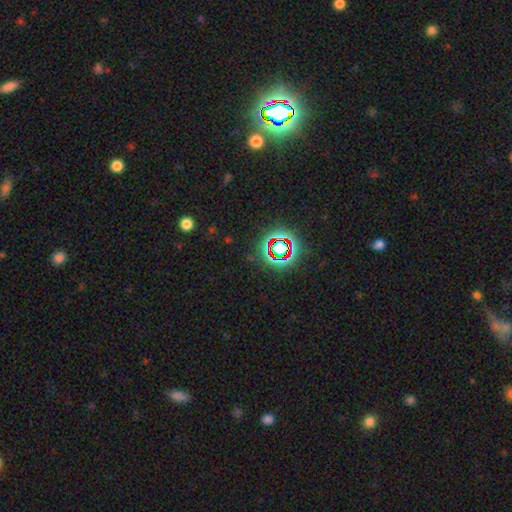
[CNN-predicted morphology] This is likely a star or artifact rather than a galaxy (77%).